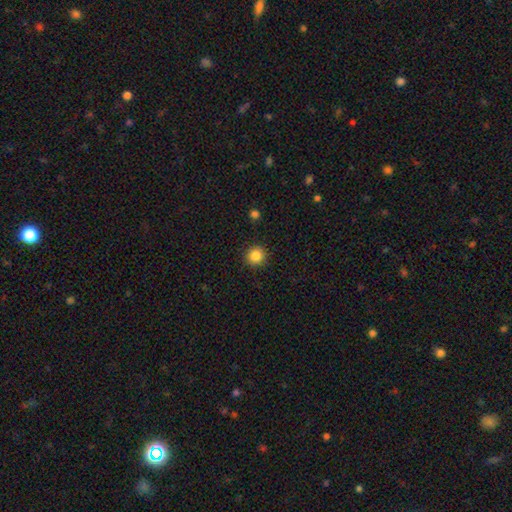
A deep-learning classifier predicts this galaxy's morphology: Q: Smooth or featured?
A: smooth (84%); runner-up: star or artifact (11%)
Q: How rounded?
A: round (93%); runner-up: in between (6%)
Q: Merging?
A: none (91%); runner-up: minor disturbance (6%)